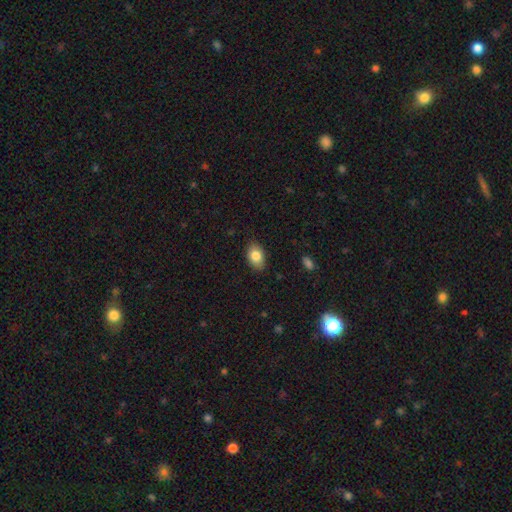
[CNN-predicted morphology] smooth 83%, featured or disk 10%, star or artifact 8%. Down the decision tree: how rounded — in between (88%); merging — none (84%).